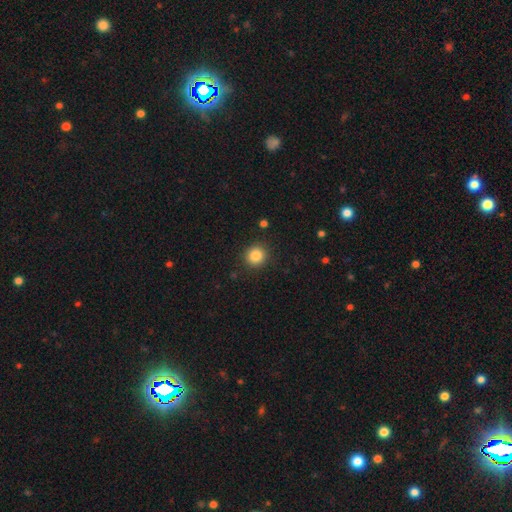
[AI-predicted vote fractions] Q: Smooth or featured?
A: smooth (84%); runner-up: star or artifact (10%)
Q: How rounded?
A: round (91%); runner-up: in between (8%)
Q: Merging?
A: none (90%); runner-up: minor disturbance (6%)